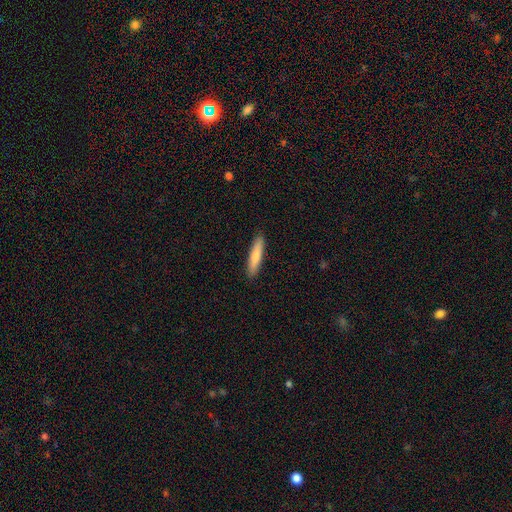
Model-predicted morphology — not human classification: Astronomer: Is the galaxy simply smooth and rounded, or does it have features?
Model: smooth — 78%.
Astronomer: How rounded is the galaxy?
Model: cigar-shaped — 86%.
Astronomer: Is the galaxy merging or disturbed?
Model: none — 90%.